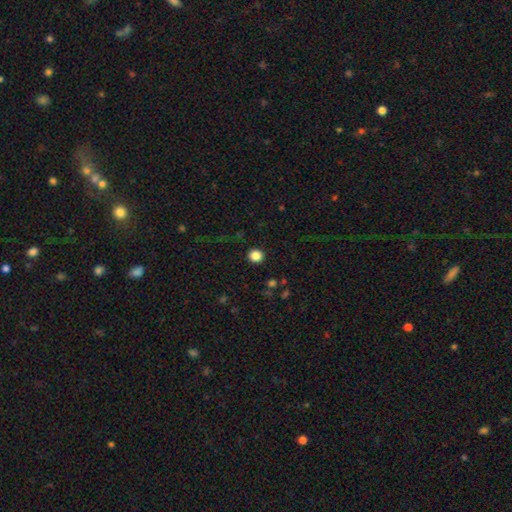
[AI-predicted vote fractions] Q: Smooth or featured?
A: smooth (85%); runner-up: star or artifact (11%)
Q: How rounded?
A: round (91%); runner-up: in between (8%)
Q: Merging?
A: none (92%); runner-up: minor disturbance (5%)